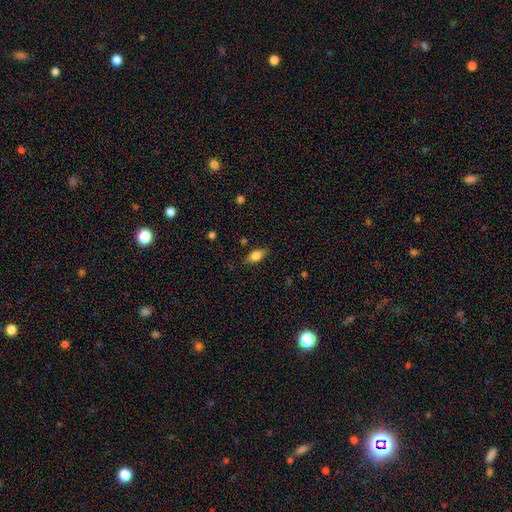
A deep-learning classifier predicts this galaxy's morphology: Smooth or featured: smooth — 77% (featured or disk — 15%)
How rounded: in between — 85% (cigar-shaped — 9%)
Merging: none — 82% (minor disturbance — 14%)